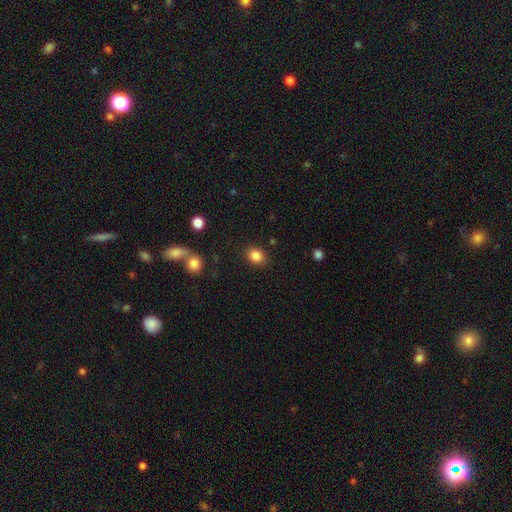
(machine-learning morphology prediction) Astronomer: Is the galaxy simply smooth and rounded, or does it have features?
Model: smooth — 85%.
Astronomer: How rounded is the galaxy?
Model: round — 53% (runner-up: in between, 46%).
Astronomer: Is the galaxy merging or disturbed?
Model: none — 87%.